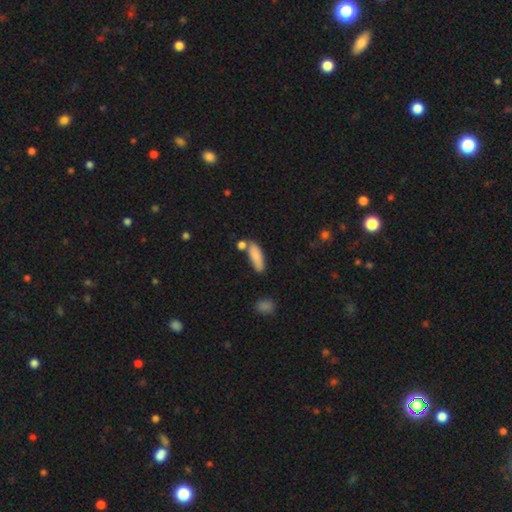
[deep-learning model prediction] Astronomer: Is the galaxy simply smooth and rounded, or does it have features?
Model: smooth — 84%.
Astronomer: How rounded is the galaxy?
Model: in between — 55% (runner-up: cigar-shaped, 42%).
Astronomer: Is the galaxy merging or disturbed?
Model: none — 64%.